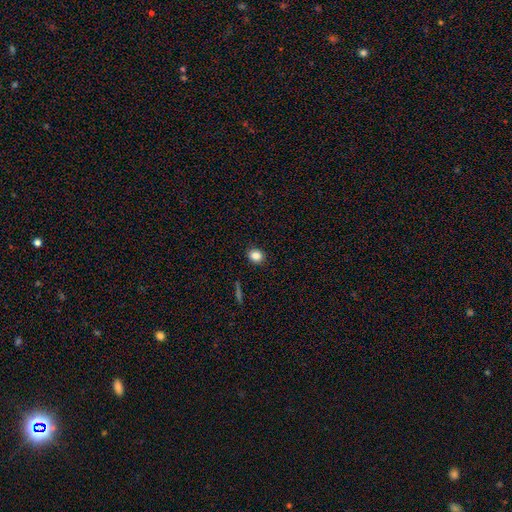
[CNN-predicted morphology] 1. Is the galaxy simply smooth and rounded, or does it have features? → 83% smooth, 11% star or artifact, 6% featured or disk.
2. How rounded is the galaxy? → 66% round, 33% in between, 1% cigar-shaped.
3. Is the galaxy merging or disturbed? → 90% none, 7% minor disturbance, 2% major disturbance, 1% merger.